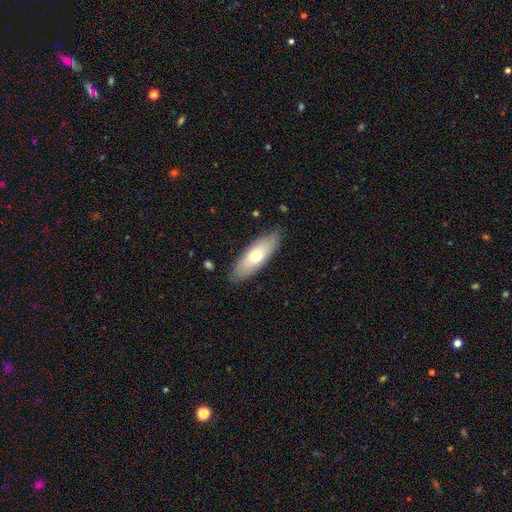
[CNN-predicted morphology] This appears to be a smooth galaxy with no disk features (65%) that is in between round and cigar-shaped (66%). Merging: none (82%).